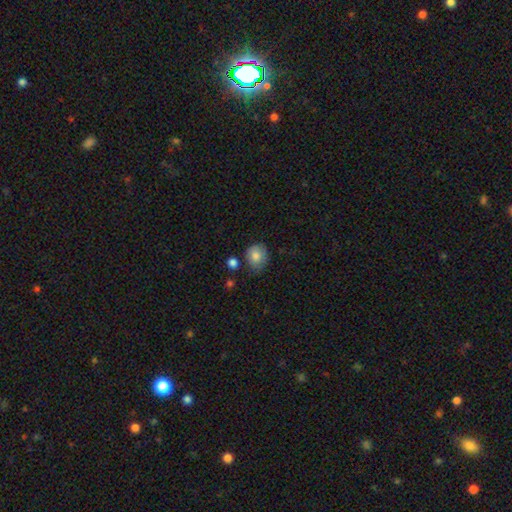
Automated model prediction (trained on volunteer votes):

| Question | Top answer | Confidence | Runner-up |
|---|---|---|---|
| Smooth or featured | smooth | 81% | featured or disk (10%) |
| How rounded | round | 66% | in between (33%) |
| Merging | none | 66% | minor disturbance (24%) |